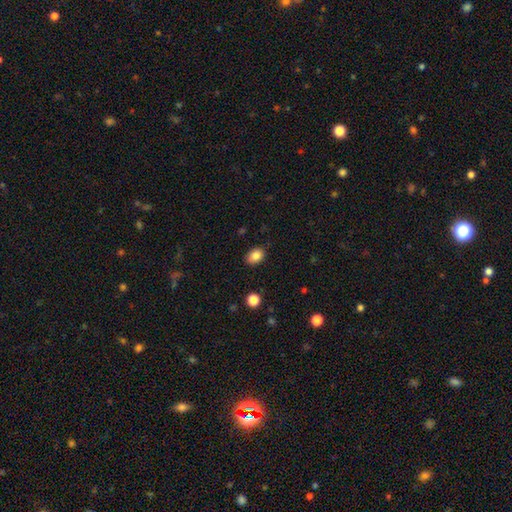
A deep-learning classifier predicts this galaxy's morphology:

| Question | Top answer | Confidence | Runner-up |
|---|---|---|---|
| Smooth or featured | smooth | 84% | star or artifact (9%) |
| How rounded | in between | 73% | round (26%) |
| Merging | none | 83% | minor disturbance (13%) |